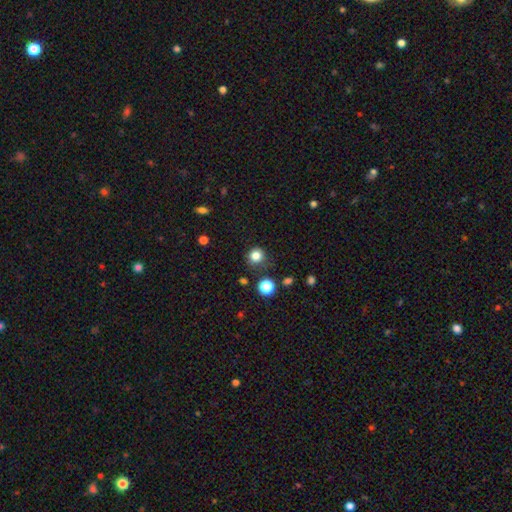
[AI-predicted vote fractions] Smooth or featured?
  - smooth: 83% *
  - star or artifact: 13%
  - featured or disk: 4%
How rounded?
  - round: 91% *
  - in between: 8%
  - cigar-shaped: 1%
Merging?
  - none: 82% *
  - minor disturbance: 12%
  - major disturbance: 4%
  - merger: 3%